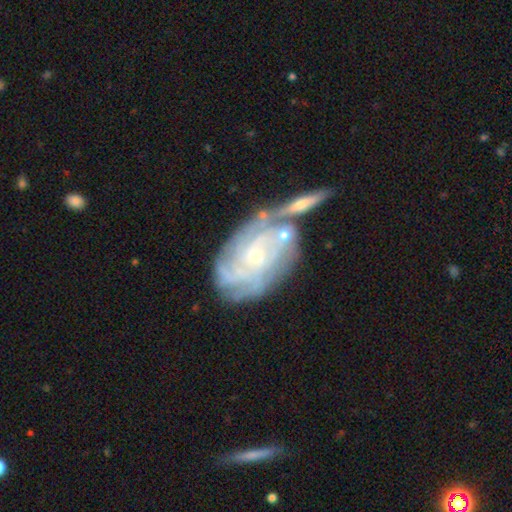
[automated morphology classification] smooth-or-featured: featured or disk: 85% | smooth: 9% | star or artifact: 6%
  disk-edge-on: no: 96% | yes: 4%
    bar: no: 74% | weak: 21% | strong: 4%
    has-spiral-arms: yes: 94% | no: 6%
      spiral-winding: tight: 69% | medium: 24% | loose: 7%
      spiral-arm-count: can't tell: 34% | 4: 24% | more than 4: 16% | 3: 12% | 2: 8% | 1: 5%
    bulge-size: small: 75% | moderate: 22% | none: 2% | large: 1% | dominant: 1%
  merging: none: 47% | merger: 27% | minor disturbance: 18% | major disturbance: 9%